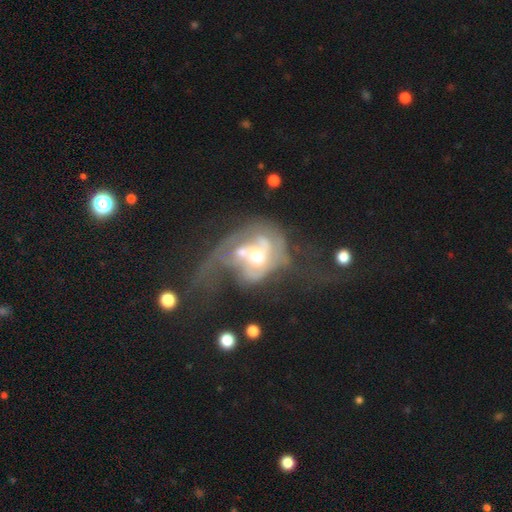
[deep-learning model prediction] A featured or disk galaxy (75%) with no bar (59%), 2 (37%) loose (38%) spiral arms (70%) and a moderate central bulge (59%).

Vote fractions:
- Smooth or featured? featured or disk: 75% / smooth: 16% / star or artifact: 8%
- Edge-on disk? no: 96% / yes: 4%
- Bar? no: 59% / weak: 30% / strong: 10%
- Spiral arms? yes: 70% / no: 30%
- Spiral winding? loose: 38% / medium: 37% / tight: 25%
- Spiral arm count? 2: 37% / can't tell: 32% / 1: 20% / 3: 7% / 4: 3% / more than 4: 2%
- Bulge size? moderate: 59% / large: 21% / small: 14% / none: 3% / dominant: 2%
- Merging? major disturbance: 42% / merger: 36% / none: 13% / minor disturbance: 9%